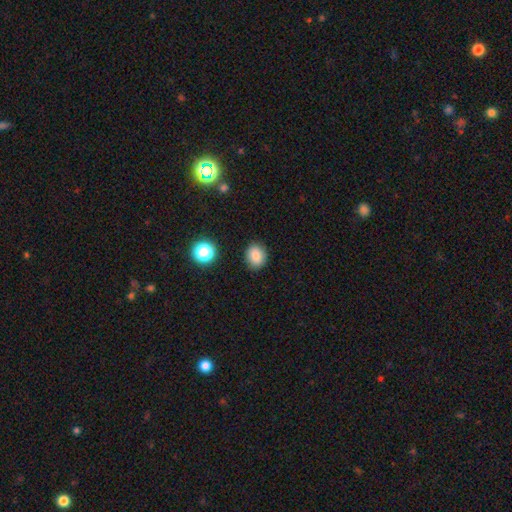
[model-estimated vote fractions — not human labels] Morphology: type=smooth (84%); roundness=round (62%); merging=none (88%).